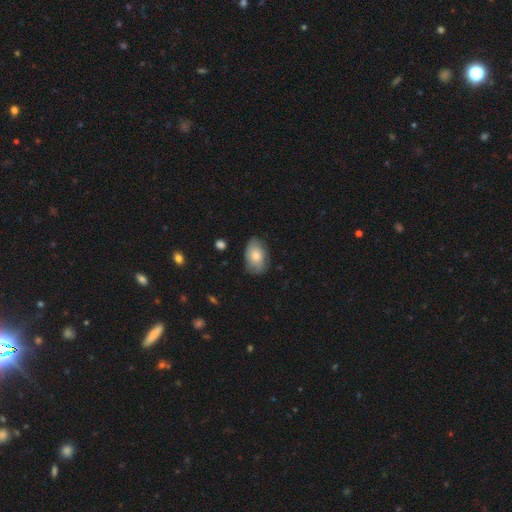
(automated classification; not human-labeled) Smooth or featured? smooth (72%)
How rounded? in between (87%)
Merging? none (75%)